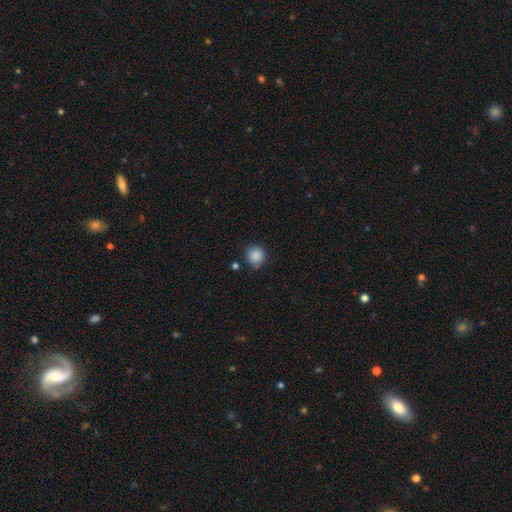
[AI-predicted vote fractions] Overall: smooth (87%). How rounded: round (93%). Merging: none (84%).